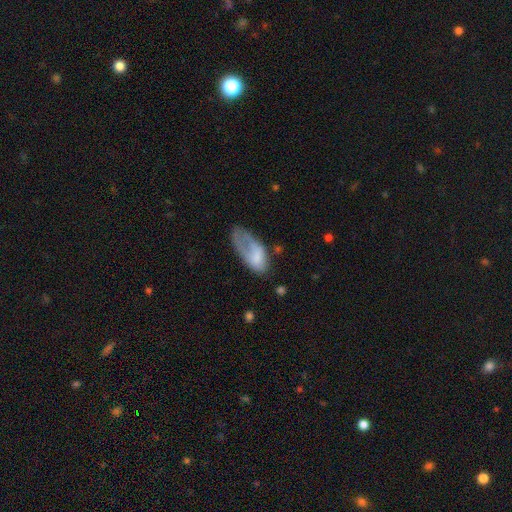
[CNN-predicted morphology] Smooth or featured: smooth — 64% (featured or disk — 29%)
How rounded: in between — 91% (cigar-shaped — 6%)
Merging: major disturbance — 46% (minor disturbance — 27%)